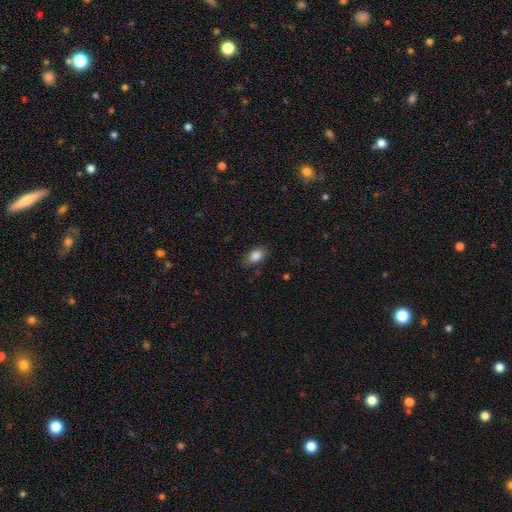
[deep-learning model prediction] Smooth or featured?
  - smooth: 85% *
  - star or artifact: 8%
  - featured or disk: 6%
How rounded?
  - in between: 85% *
  - round: 13%
  - cigar-shaped: 2%
Merging?
  - none: 80% *
  - minor disturbance: 15%
  - major disturbance: 4%
  - merger: 1%